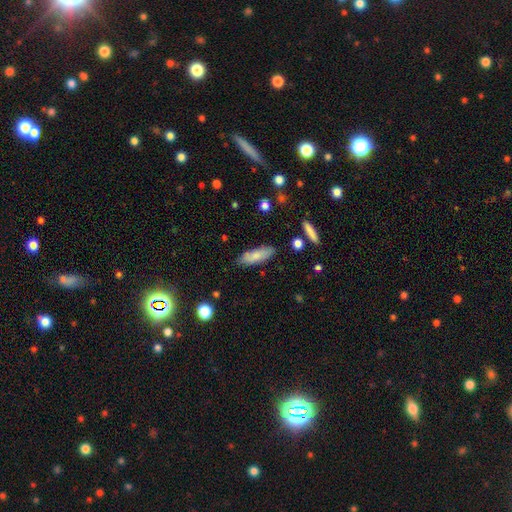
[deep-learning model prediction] Smooth or featured: smooth — 78% (featured or disk — 16%)
How rounded: in between — 50% (cigar-shaped — 48%)
Merging: none — 81% (minor disturbance — 14%)